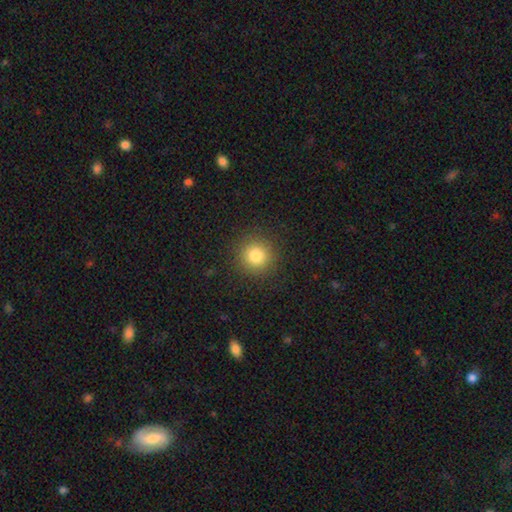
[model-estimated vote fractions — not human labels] Overall: smooth (82%). How rounded: round (94%). Merging: none (90%).